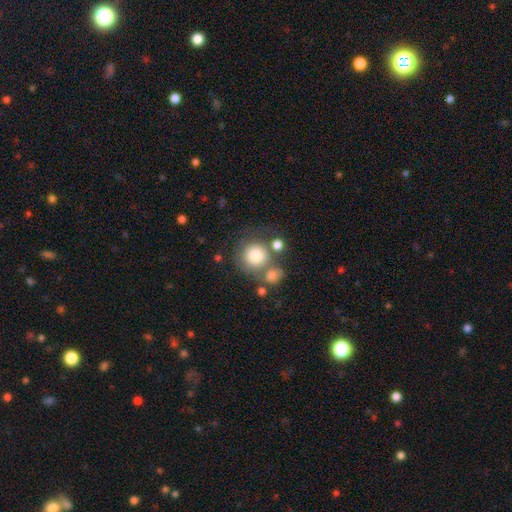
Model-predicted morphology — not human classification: This is likely a smooth galaxy (77%). How rounded: clearly round (91%). Merging: possibly none (54%).